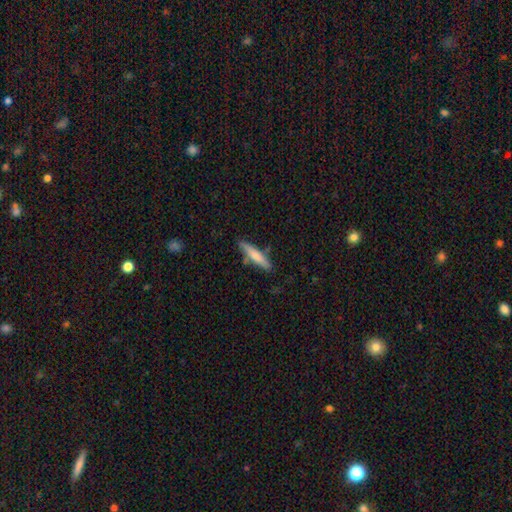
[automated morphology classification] A smooth galaxy with no disk features (71%) that is cigar-shaped (86%).

Vote fractions:
- Smooth or featured? smooth: 71% / featured or disk: 24% / star or artifact: 5%
- How rounded? cigar-shaped: 86% / in between: 12% / round: 1%
- Merging? none: 78% / minor disturbance: 14% / merger: 5% / major disturbance: 3%